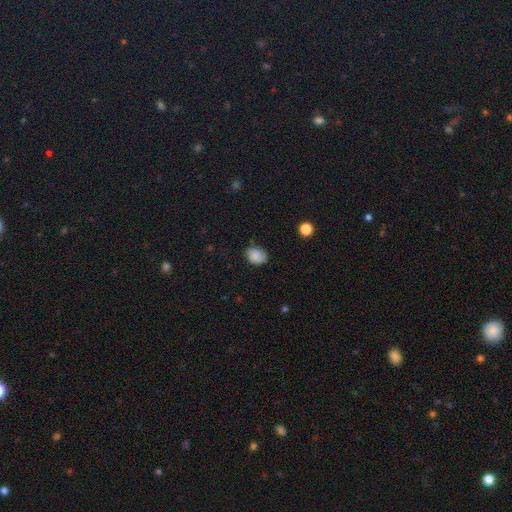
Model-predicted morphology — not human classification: smooth-or-featured: smooth: 83% | featured or disk: 9% | star or artifact: 9%
  how-rounded: in between: 61% | round: 38% | cigar-shaped: 1%
  merging: none: 72% | minor disturbance: 22% | major disturbance: 4% | merger: 2%